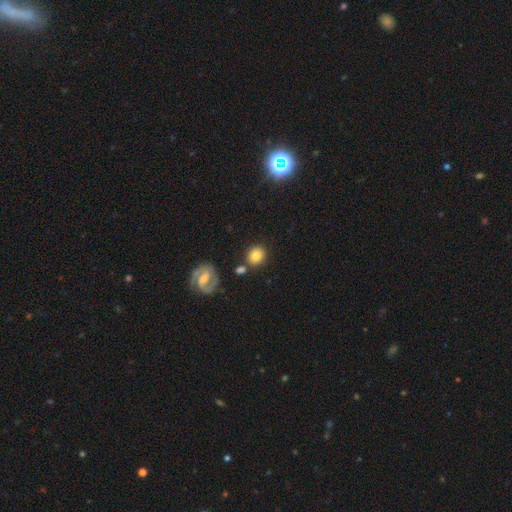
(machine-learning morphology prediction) smooth-or-featured: smooth: 76% | featured or disk: 14% | star or artifact: 10%
  how-rounded: round: 82% | in between: 17% | cigar-shaped: 1%
  merging: none: 76% | minor disturbance: 11% | merger: 9% | major disturbance: 4%